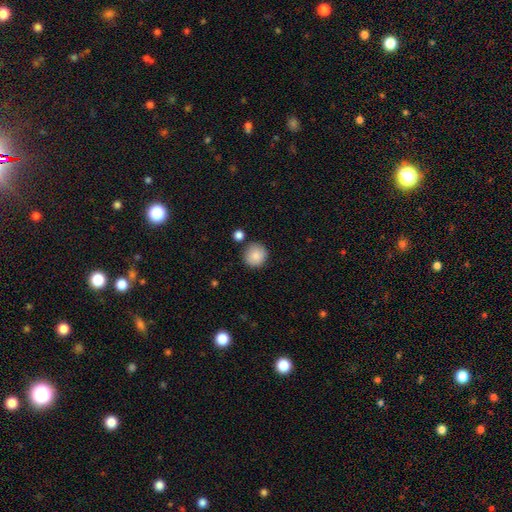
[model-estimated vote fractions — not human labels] Morphology: type=smooth (87%); roundness=round (93%); merging=none (84%).